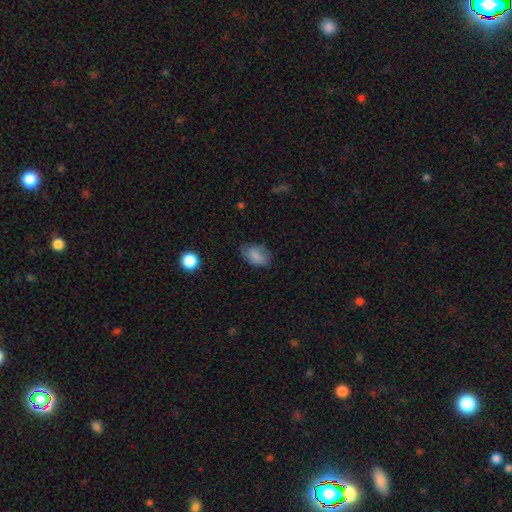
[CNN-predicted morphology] smooth-or-featured: smooth: 82% | featured or disk: 10% | star or artifact: 8%
  how-rounded: in between: 88% | round: 10% | cigar-shaped: 2%
  merging: none: 67% | minor disturbance: 25% | major disturbance: 6% | merger: 1%